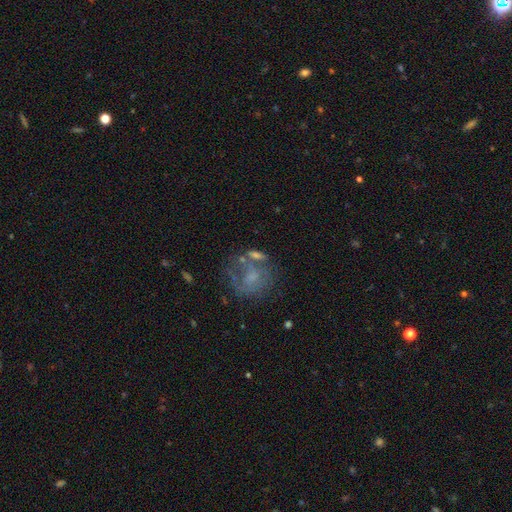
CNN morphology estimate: smooth_or_featured: featured or disk (p=0.53) [alt: smooth p=0.33]
disk_edge_on: no (p=0.97) [alt: yes p=0.03]
bar: no (p=0.74) [alt: weak p=0.22]
has_spiral_arms: no (p=0.59) [alt: yes p=0.41]
bulge_size: none (p=0.36) [alt: small p=0.34]
merging: none (p=0.37) [alt: major disturbance p=0.26]